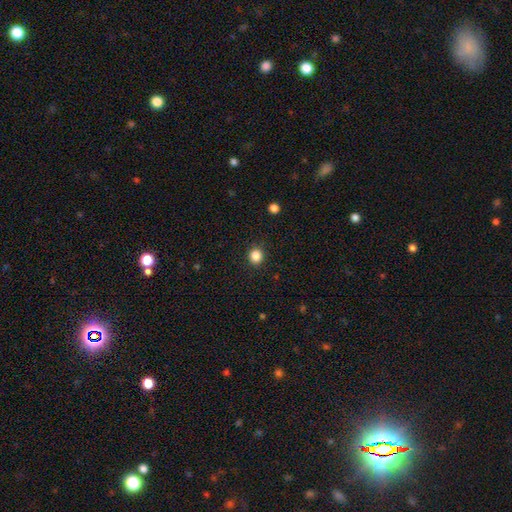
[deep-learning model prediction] Q: Smooth or featured?
A: smooth (85%); runner-up: star or artifact (12%)
Q: How rounded?
A: round (86%); runner-up: in between (13%)
Q: Merging?
A: none (91%); runner-up: minor disturbance (6%)